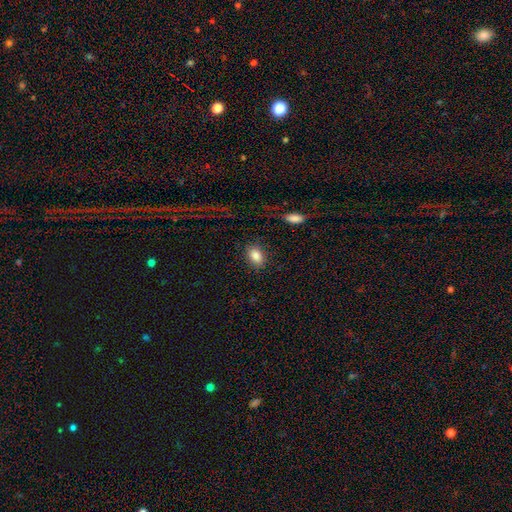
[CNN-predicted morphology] smooth-or-featured: smooth: 86% | star or artifact: 9% | featured or disk: 6%
  how-rounded: in between: 81% | round: 18% | cigar-shaped: 2%
  merging: none: 84% | minor disturbance: 11% | major disturbance: 3% | merger: 2%